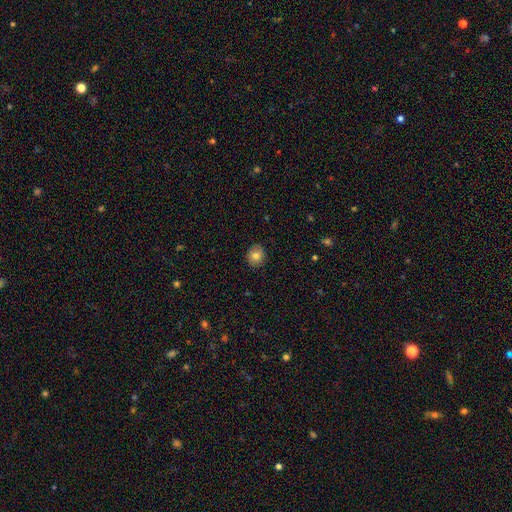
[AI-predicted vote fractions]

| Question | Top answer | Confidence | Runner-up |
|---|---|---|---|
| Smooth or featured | smooth | 79% | featured or disk (12%) |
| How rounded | round | 76% | in between (23%) |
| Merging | none | 88% | minor disturbance (9%) |